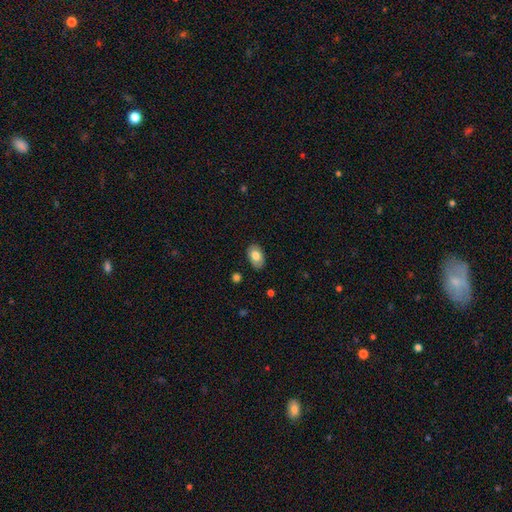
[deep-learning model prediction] Q: Smooth or featured?
A: smooth (77%); runner-up: featured or disk (16%)
Q: How rounded?
A: in between (88%); runner-up: round (11%)
Q: Merging?
A: none (86%); runner-up: minor disturbance (11%)